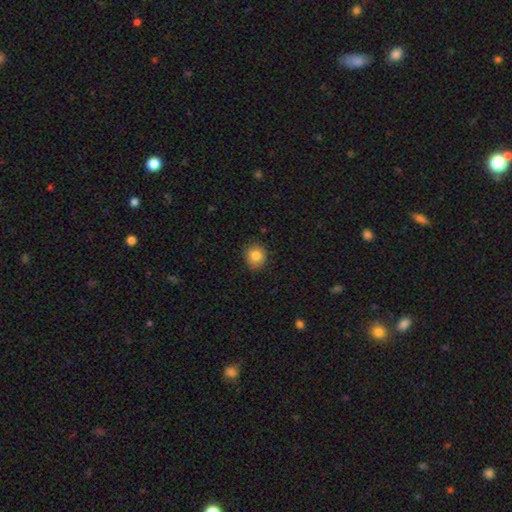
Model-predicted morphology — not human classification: This is clearly a smooth galaxy (84%). How rounded: clearly round (84%). Merging: clearly none (85%).